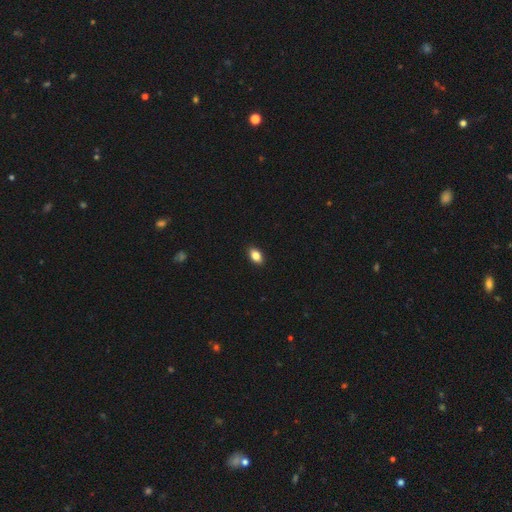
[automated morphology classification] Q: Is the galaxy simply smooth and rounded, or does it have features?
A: smooth — 84%.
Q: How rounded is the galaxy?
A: in between — 88%.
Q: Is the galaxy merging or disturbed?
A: none — 90%.